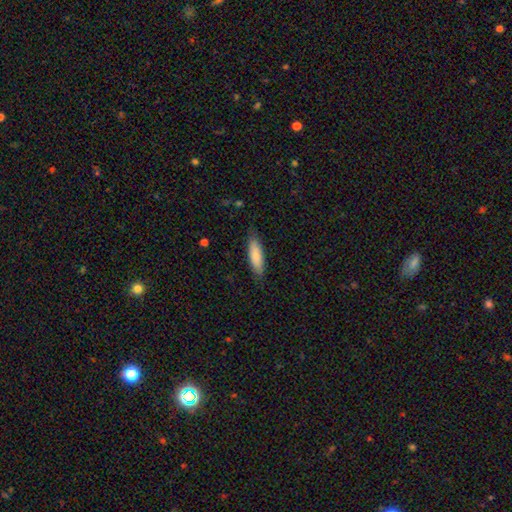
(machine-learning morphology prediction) smooth_or_featured: smooth (p=0.83) [alt: featured or disk p=0.12]
how_rounded: cigar-shaped (p=0.58) [alt: in between p=0.40]
merging: none (p=0.83) [alt: minor disturbance p=0.13]